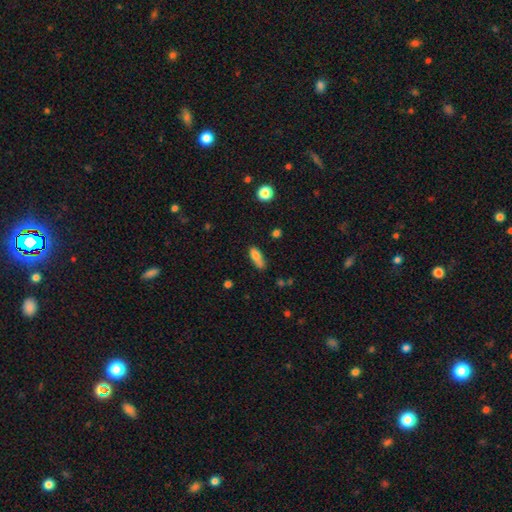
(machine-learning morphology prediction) Overall: smooth (76%). How rounded: in between (70%). Merging: none (53%; minor disturbance 29%).